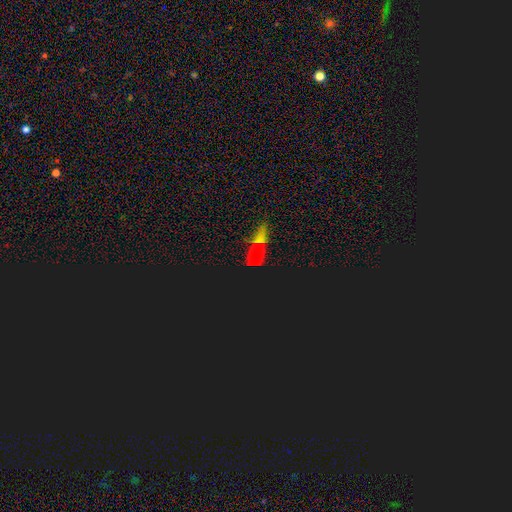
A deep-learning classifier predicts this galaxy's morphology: The model was most divided on "smooth or featured": star or artifact: 52%, smooth: 35%, featured or disk: 13%.